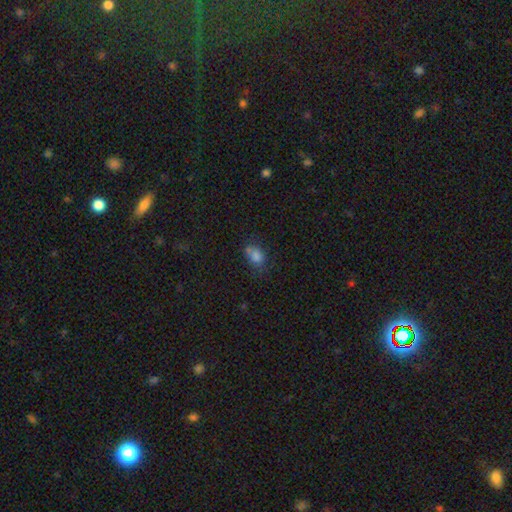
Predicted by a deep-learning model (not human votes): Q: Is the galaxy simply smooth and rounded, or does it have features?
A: smooth — 77%.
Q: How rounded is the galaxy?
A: in between — 63%.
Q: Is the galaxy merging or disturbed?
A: none — 47%.